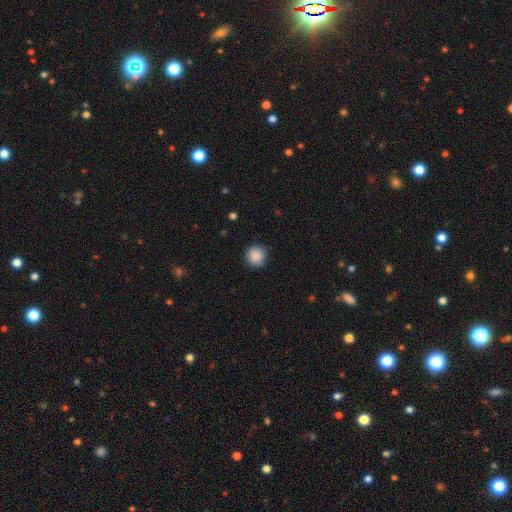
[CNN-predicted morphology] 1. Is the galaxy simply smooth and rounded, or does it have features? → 88% smooth, 9% star or artifact, 3% featured or disk.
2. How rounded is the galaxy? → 94% round, 5% in between, 1% cigar-shaped.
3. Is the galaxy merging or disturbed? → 88% none, 8% minor disturbance, 2% major disturbance, 1% merger.